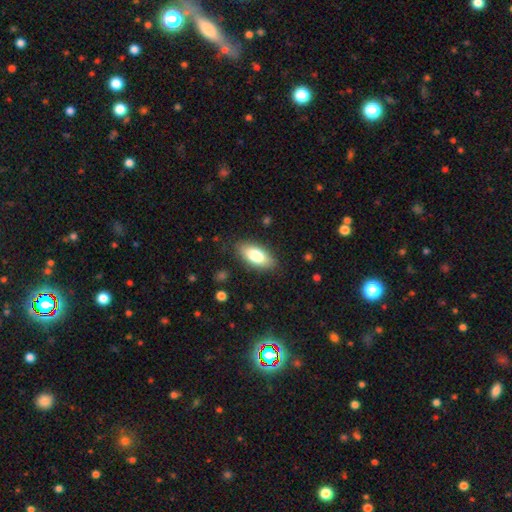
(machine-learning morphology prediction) Smooth or featured: smooth — 78% (featured or disk — 15%)
How rounded: in between — 86% (cigar-shaped — 11%)
Merging: none — 86% (minor disturbance — 10%)